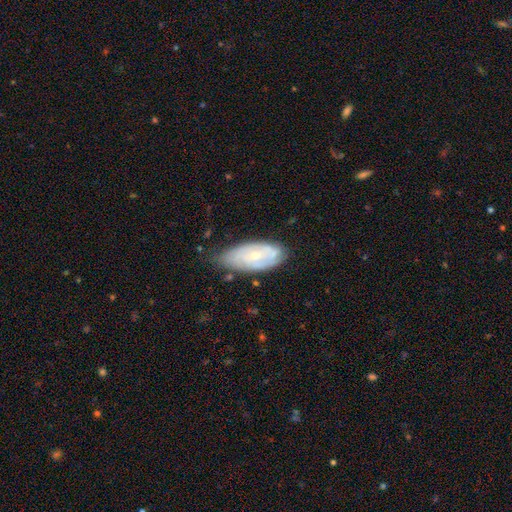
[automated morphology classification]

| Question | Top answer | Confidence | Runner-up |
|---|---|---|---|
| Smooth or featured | featured or disk | 64% | smooth (30%) |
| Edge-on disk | no | 91% | yes (9%) |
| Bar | no | 70% | weak (24%) |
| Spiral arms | yes | 73% | no (27%) |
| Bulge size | small | 64% | moderate (33%) |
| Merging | none | 62% | minor disturbance (30%) |